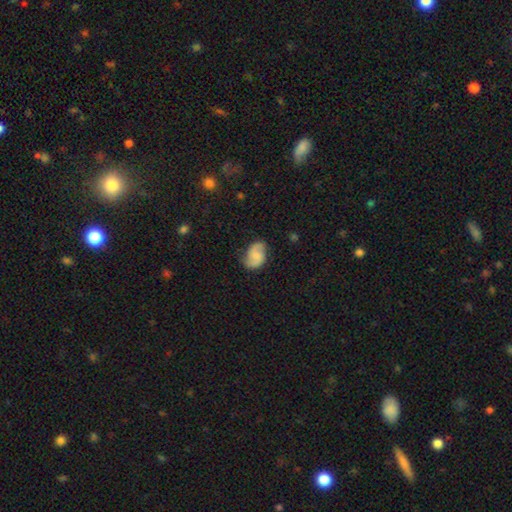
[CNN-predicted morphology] Smooth or featured: featured or disk — 56% (smooth — 36%)
Edge-on disk: no — 98% (yes — 2%)
Bar: no — 54% (weak — 39%)
Spiral arms: yes — 92% (no — 8%)
Spiral winding: loose — 43% (medium — 41%)
Spiral arm count: 2 — 89% (can't tell — 5%)
Bulge size: small — 37% (none — 34%)
Merging: none — 70% (minor disturbance — 22%)